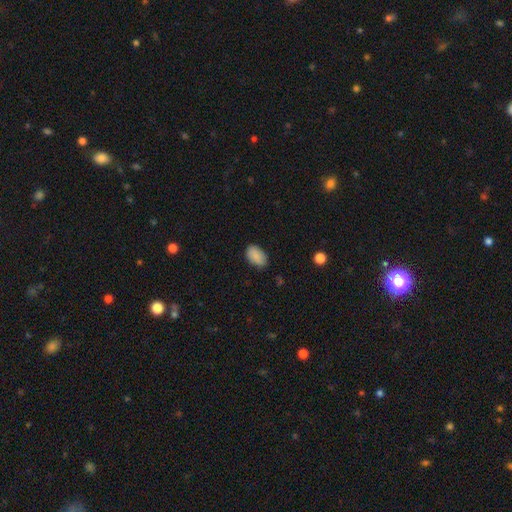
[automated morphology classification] Overall: smooth (88%). How rounded: in between (92%). Merging: none (82%).